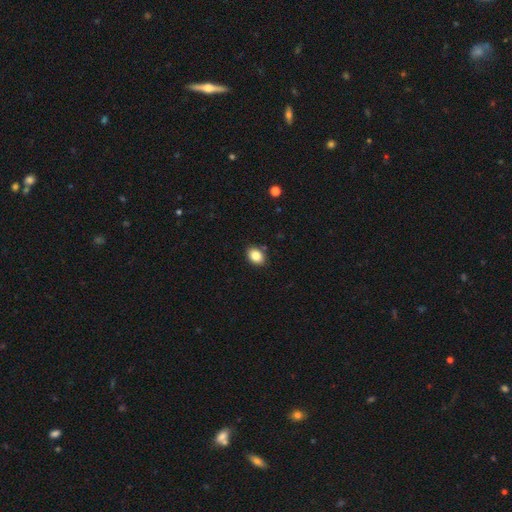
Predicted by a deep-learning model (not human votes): Smooth or featured? Predicted: smooth (p=0.85). How rounded? Predicted: in between (p=0.74). Merging? Predicted: none (p=0.86).